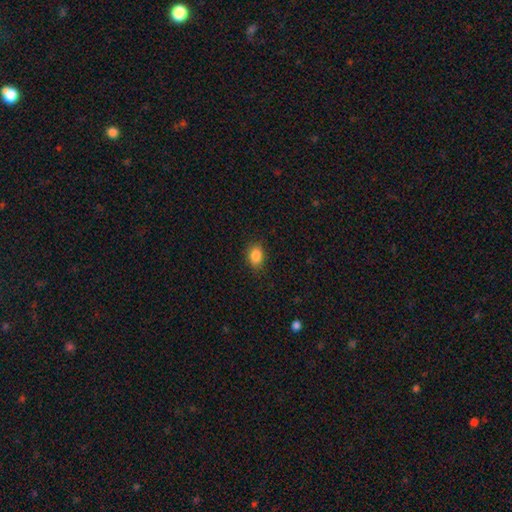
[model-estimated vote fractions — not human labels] Smooth or featured? Predicted: smooth (p=0.87). How rounded? Predicted: in between (p=0.77). Merging? Predicted: none (p=0.85).